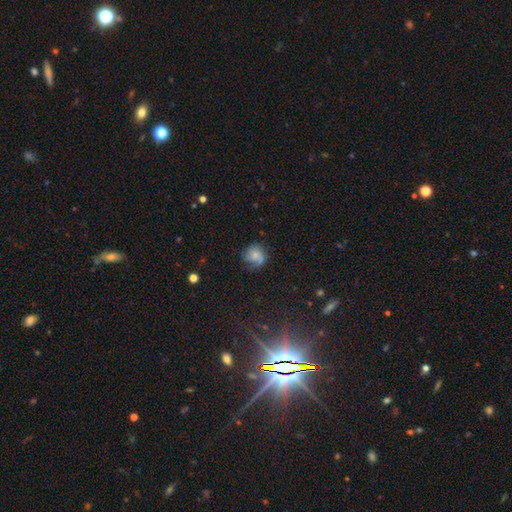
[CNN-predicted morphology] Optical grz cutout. It shows a smooth galaxy with no disk features (53%) that is round (73%). Merging: none (49%).